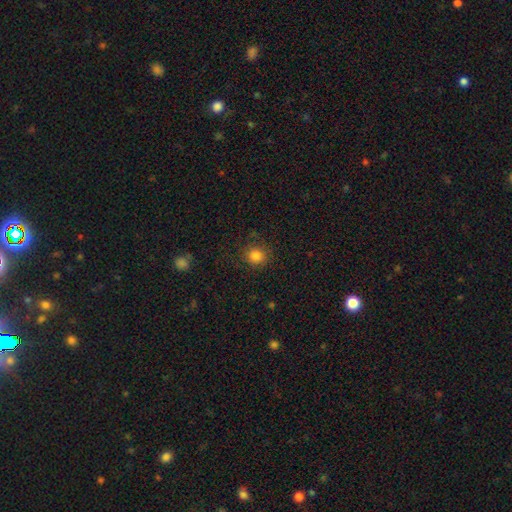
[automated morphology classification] Smooth or featured?
  - smooth: 84% *
  - star or artifact: 12%
  - featured or disk: 4%
How rounded?
  - round: 90% *
  - in between: 9%
  - cigar-shaped: 1%
Merging?
  - none: 85% *
  - minor disturbance: 10%
  - major disturbance: 4%
  - merger: 1%